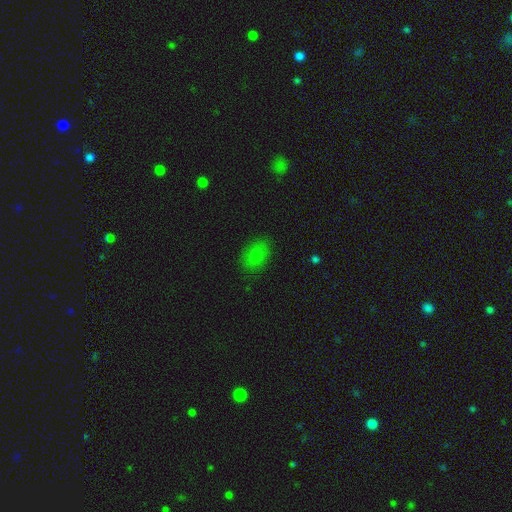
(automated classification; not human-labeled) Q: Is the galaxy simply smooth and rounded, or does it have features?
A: smooth — 79%.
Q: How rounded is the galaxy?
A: in between — 81%.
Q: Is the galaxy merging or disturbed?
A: none — 78%.